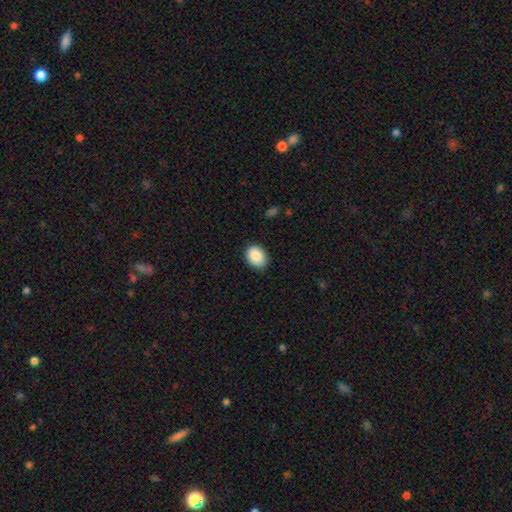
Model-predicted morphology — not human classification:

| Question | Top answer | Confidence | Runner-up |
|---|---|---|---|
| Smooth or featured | smooth | 88% | star or artifact (7%) |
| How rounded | in between | 64% | round (35%) |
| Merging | none | 85% | minor disturbance (12%) |